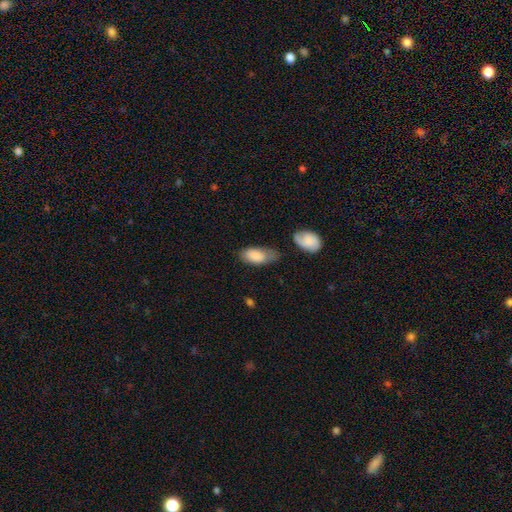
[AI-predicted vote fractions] smooth_or_featured: smooth (p=0.84) [alt: featured or disk p=0.10]
how_rounded: in between (p=0.91) [alt: cigar-shaped p=0.05]
merging: none (p=0.46) [alt: minor disturbance p=0.32]